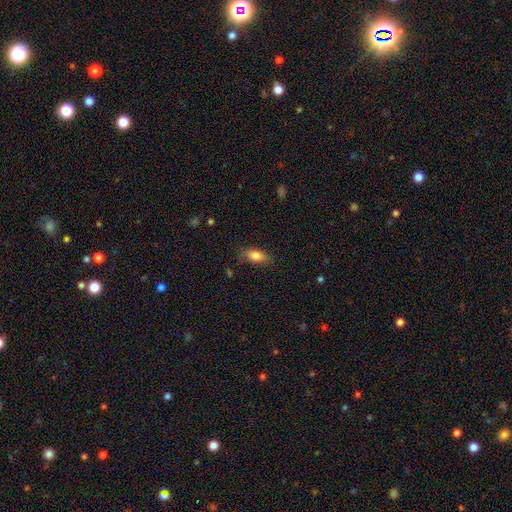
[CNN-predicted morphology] Smooth or featured? smooth (80%)
How rounded? in between (82%)
Merging? none (80%)